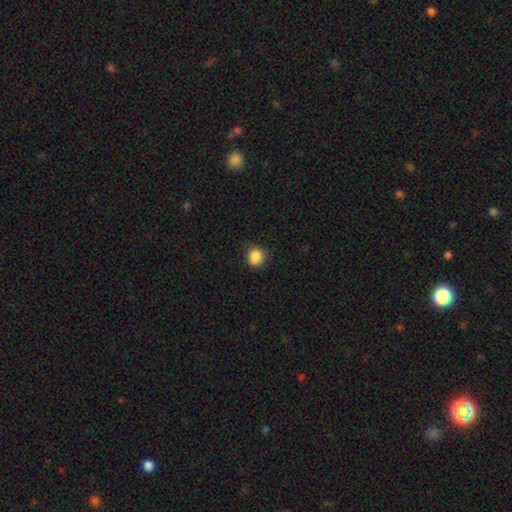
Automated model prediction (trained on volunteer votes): This is clearly a smooth galaxy (86%). How rounded: clearly round (82%). Merging: likely none (79%).